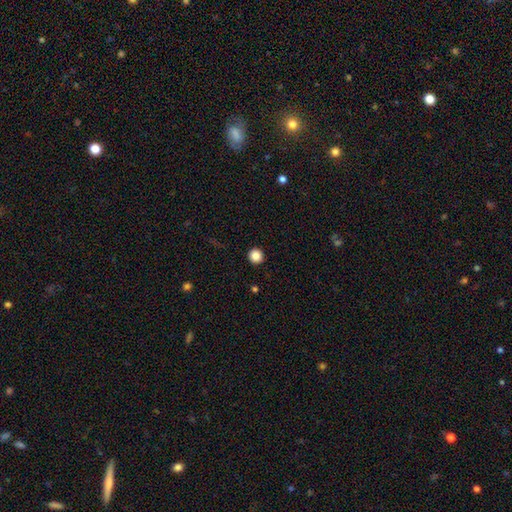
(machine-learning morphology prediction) smooth-or-featured: smooth: 86% | star or artifact: 10% | featured or disk: 4%
  how-rounded: round: 95% | in between: 4% | cigar-shaped: 1%
  merging: none: 93% | minor disturbance: 4% | major disturbance: 2% | merger: 1%